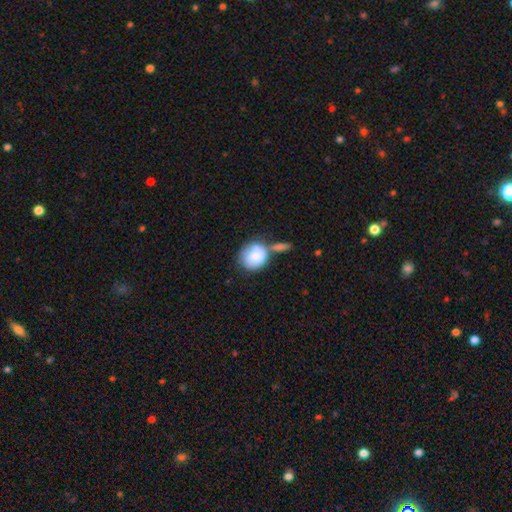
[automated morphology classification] Overall: smooth (73%). How rounded: round (69%; in between 29%). Merging: merger (42%; none 31%).